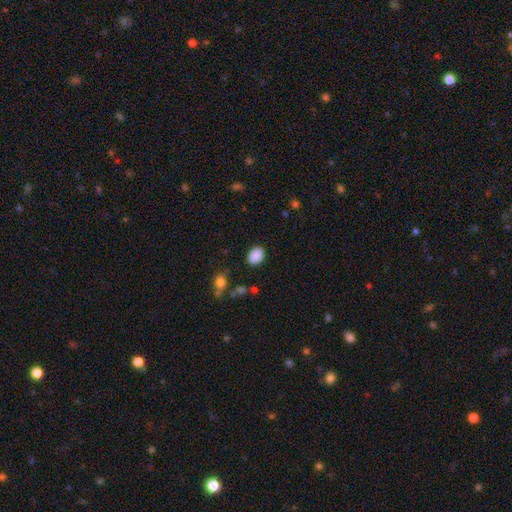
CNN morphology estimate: Smooth or featured: smooth — 89% (star or artifact — 8%)
How rounded: in between — 74% (round — 25%)
Merging: none — 86% (minor disturbance — 9%)